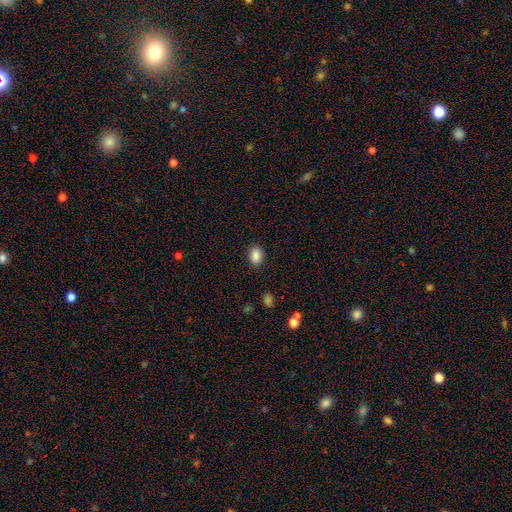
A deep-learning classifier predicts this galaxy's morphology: Smooth or featured? Predicted: smooth (p=0.87). How rounded? Predicted: in between (p=0.77). Merging? Predicted: none (p=0.88).